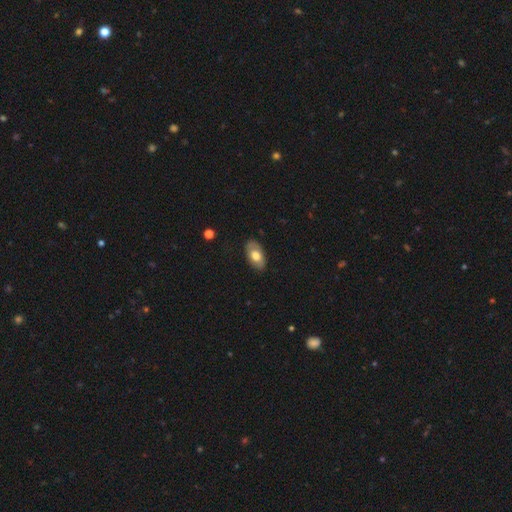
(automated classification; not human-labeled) A smooth galaxy with no disk features (64%) that is in between round and cigar-shaped (93%).

Vote fractions:
- Smooth or featured? smooth: 64% / featured or disk: 30% / star or artifact: 6%
- How rounded? in between: 93% / round: 5% / cigar-shaped: 2%
- Merging? none: 82% / minor disturbance: 14% / major disturbance: 3% / merger: 1%